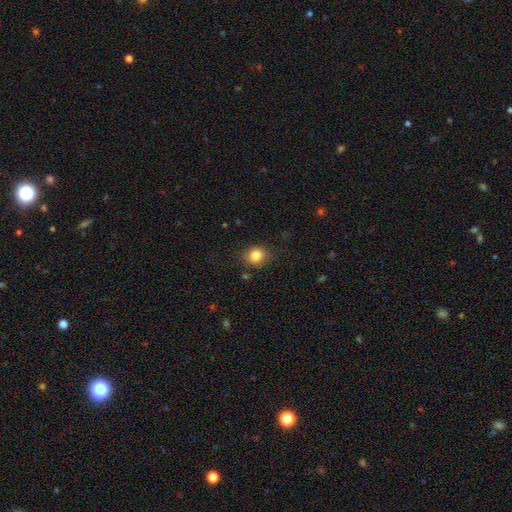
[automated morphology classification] smooth-or-featured: smooth: 82% | star or artifact: 11% | featured or disk: 7%
  how-rounded: round: 68% | in between: 31% | cigar-shaped: 1%
  merging: none: 81% | minor disturbance: 14% | major disturbance: 4% | merger: 2%